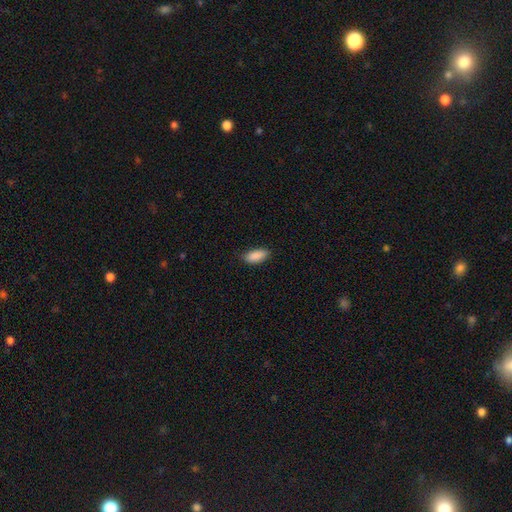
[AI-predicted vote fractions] smooth-or-featured: smooth: 90% | star or artifact: 7% | featured or disk: 4%
  how-rounded: in between: 86% | cigar-shaped: 12% | round: 2%
  merging: none: 83% | minor disturbance: 14% | major disturbance: 2% | merger: 1%